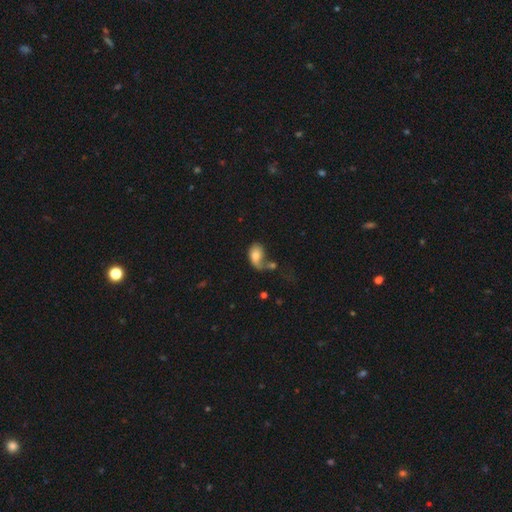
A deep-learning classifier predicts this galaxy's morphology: A smooth galaxy with no disk features (66%) that is in between round and cigar-shaped (83%). Merging: major disturbance (33%).